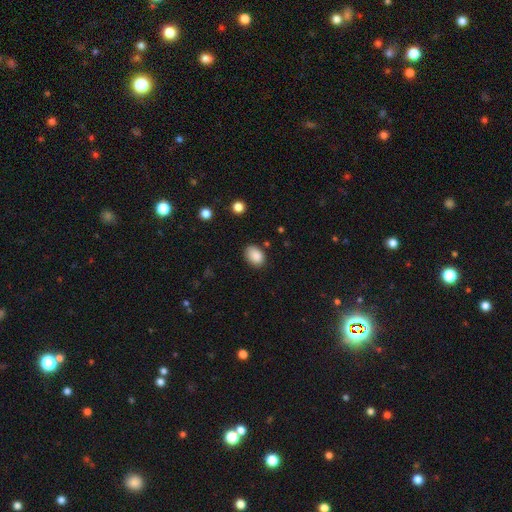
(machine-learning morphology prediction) The model was most divided on "how rounded": in between: 79%, round: 20%, cigar-shaped: 1%. More confident: smooth or featured — smooth (88%); merging — none (81%).